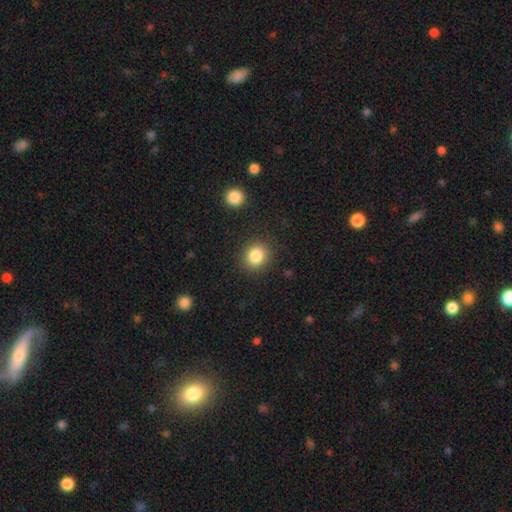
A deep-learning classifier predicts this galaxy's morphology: type=smooth (83%); roundness=round (80%); merging=none (88%).